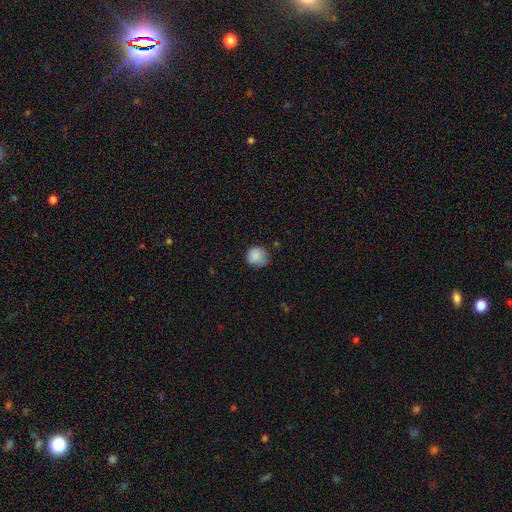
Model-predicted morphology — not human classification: Smooth or featured? Predicted: smooth (p=0.84). How rounded? Predicted: round (p=0.83). Merging? Predicted: none (p=0.63).